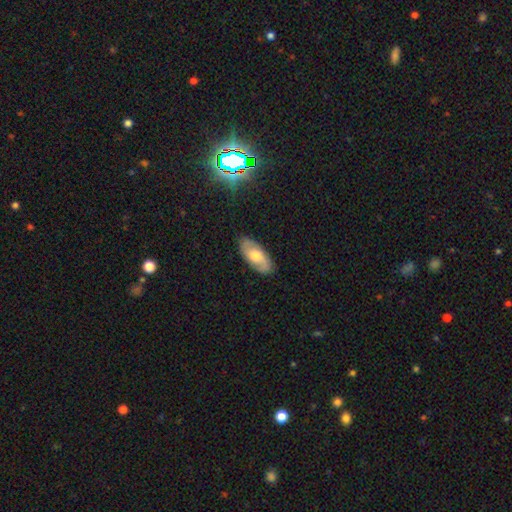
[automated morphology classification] smooth_or_featured: featured or disk (p=0.49) [alt: smooth p=0.45]
merging: none (p=0.84) [alt: minor disturbance p=0.12]